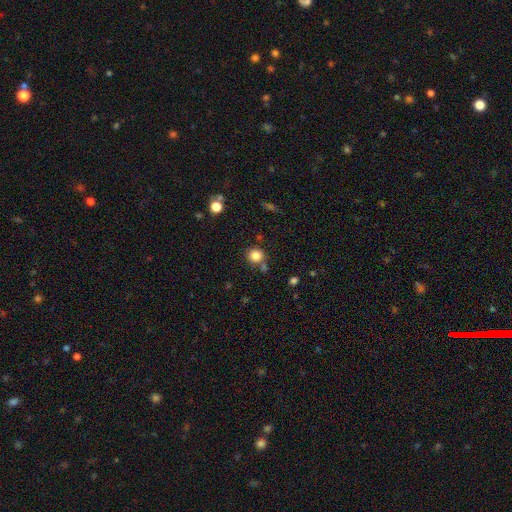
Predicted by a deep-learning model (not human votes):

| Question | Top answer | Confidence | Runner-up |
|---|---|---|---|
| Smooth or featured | smooth | 83% | star or artifact (12%) |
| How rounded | round | 89% | in between (10%) |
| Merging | none | 74% | merger (12%) |